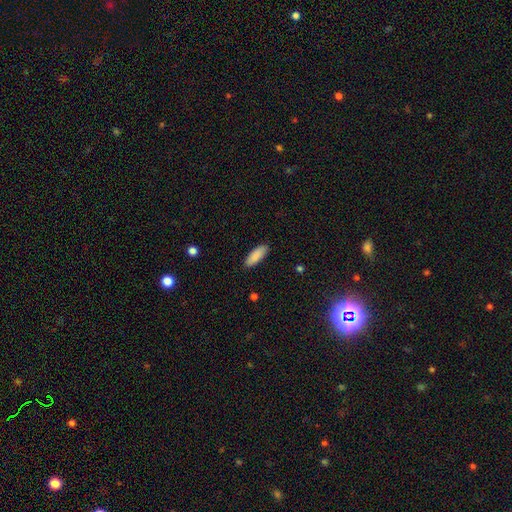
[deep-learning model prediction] Smooth or featured? smooth (89%)
How rounded? in between (67%)
Merging? none (88%)